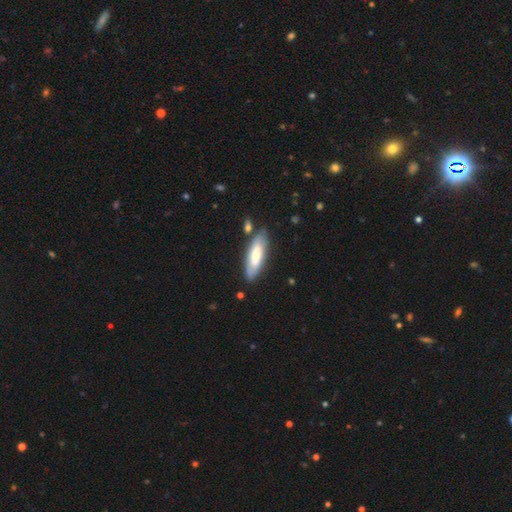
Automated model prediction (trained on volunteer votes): Smooth or featured: smooth — 60% (featured or disk — 34%)
How rounded: in between — 51% (cigar-shaped — 47%)
Merging: none — 79% (minor disturbance — 13%)